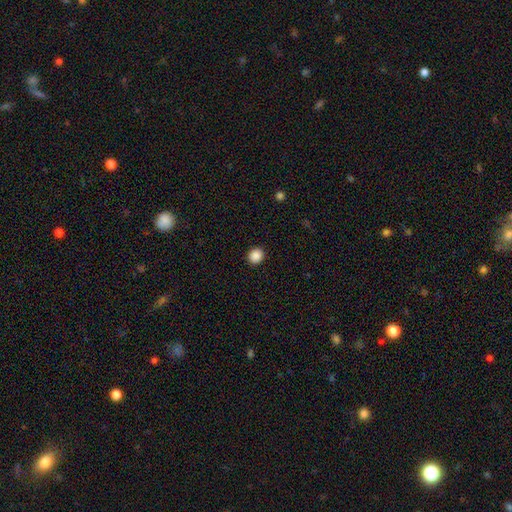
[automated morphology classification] This appears to be a smooth galaxy with no disk features (89%) that is round (83%). Merging: none (92%).